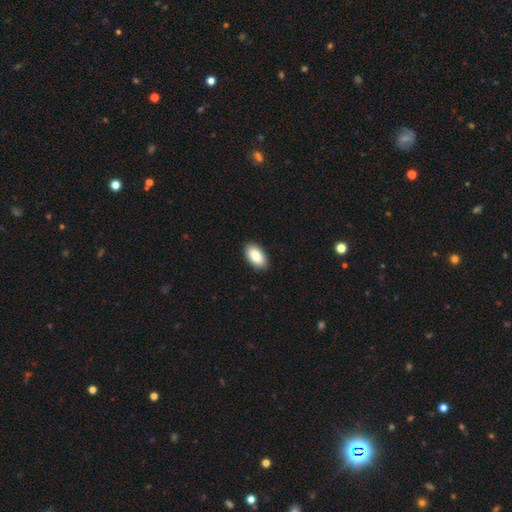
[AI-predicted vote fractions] Smooth or featured: smooth — 85% (featured or disk — 9%)
How rounded: in between — 95% (round — 4%)
Merging: none — 90% (minor disturbance — 7%)